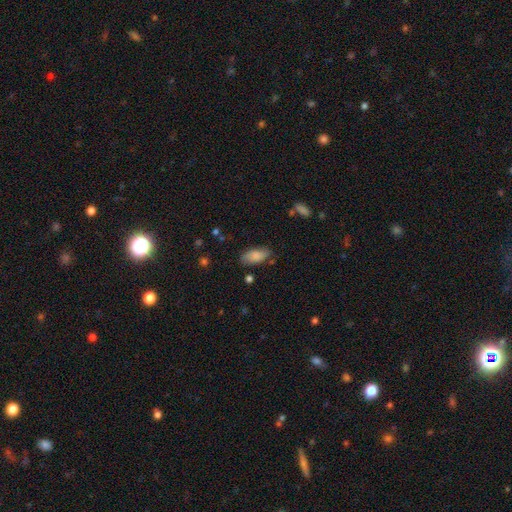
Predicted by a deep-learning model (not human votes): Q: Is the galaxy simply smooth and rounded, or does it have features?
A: smooth — 78%.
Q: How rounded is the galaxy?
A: in between — 89%.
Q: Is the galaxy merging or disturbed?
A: none — 71%.